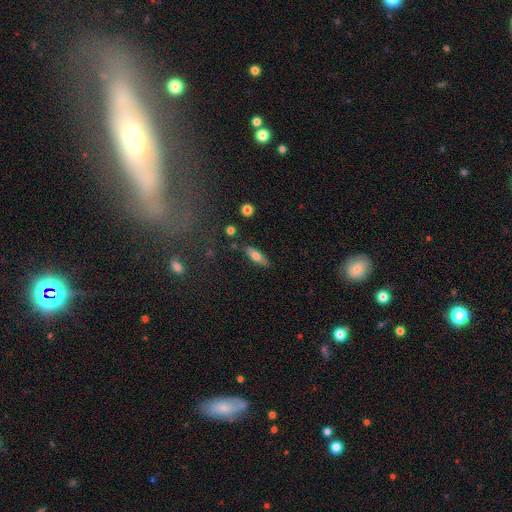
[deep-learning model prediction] This is likely a smooth galaxy (68%). How rounded: possibly cigar-shaped (50%). Merging: clearly none (83%).